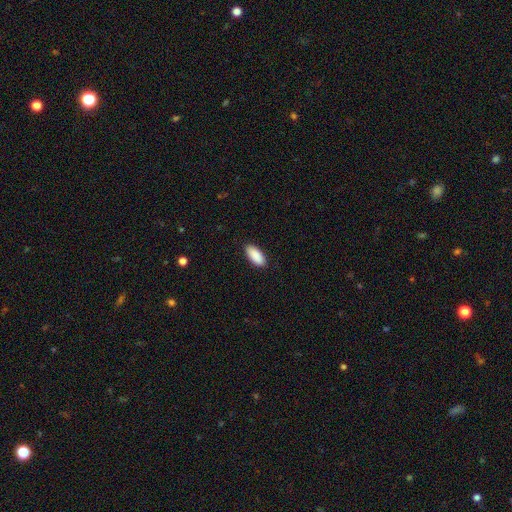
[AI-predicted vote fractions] smooth 91%, star or artifact 6%, featured or disk 3%. Down the decision tree: how rounded — in between (89%); merging — none (88%).